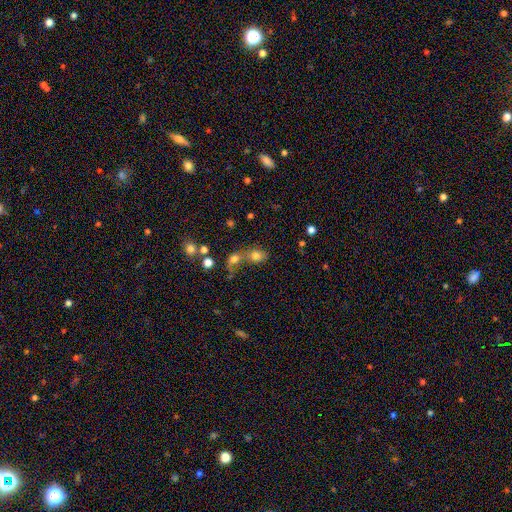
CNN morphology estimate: A smooth galaxy with no disk features (74%) that is in between round and cigar-shaped (57%). Merging: merger (57%).